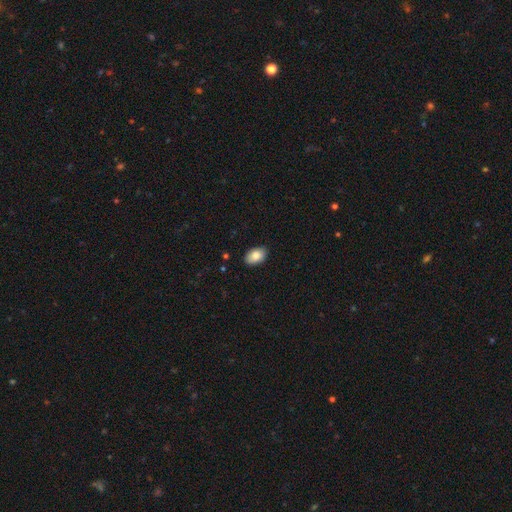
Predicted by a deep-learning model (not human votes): Overall: smooth (85%). How rounded: in between (91%). Merging: none (87%).